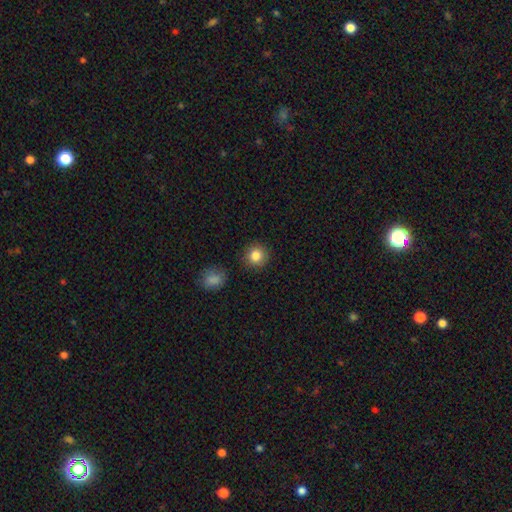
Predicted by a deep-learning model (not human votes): smooth-or-featured: smooth: 84% | star or artifact: 10% | featured or disk: 6%
  how-rounded: round: 91% | in between: 8% | cigar-shaped: 1%
  merging: none: 89% | minor disturbance: 7% | merger: 2% | major disturbance: 2%